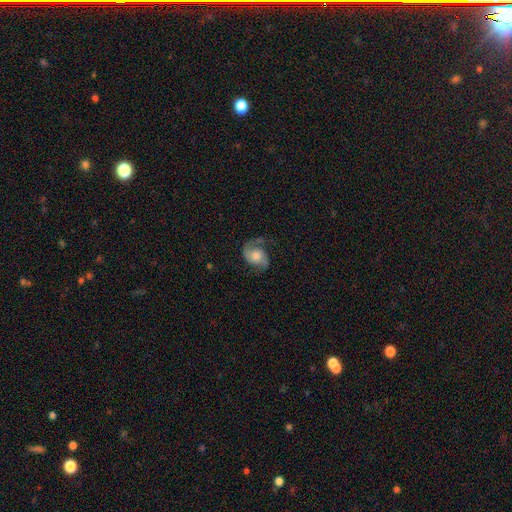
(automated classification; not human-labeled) Smooth or featured? featured or disk (80%)
Edge-on disk? no (98%)
Bar? no (69%)
Spiral arms? yes (96%)
Spiral winding? medium (48%)
Spiral arm count? 2 (86%)
Bulge size? moderate (48%)
Merging? none (66%)